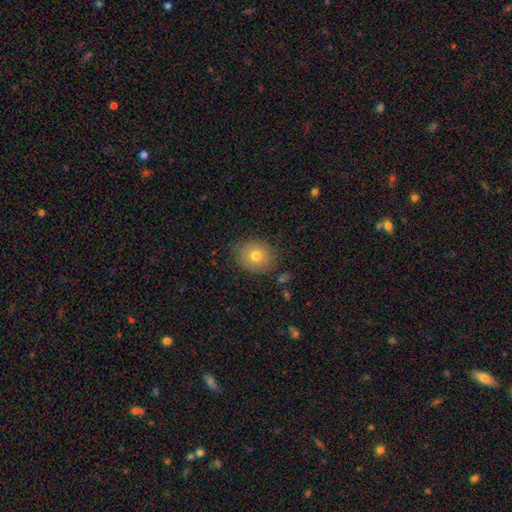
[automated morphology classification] Smooth or featured?
  - smooth: 76% *
  - featured or disk: 14%
  - star or artifact: 11%
How rounded?
  - round: 67% *
  - in between: 32%
  - cigar-shaped: 1%
Merging?
  - none: 84% *
  - minor disturbance: 11%
  - major disturbance: 3%
  - merger: 2%